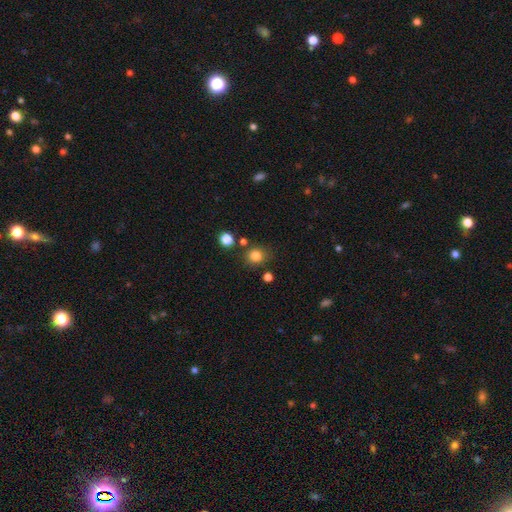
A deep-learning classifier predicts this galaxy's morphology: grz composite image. It shows a smooth galaxy with no disk features (82%) that is round (81%). Merging: none (79%).